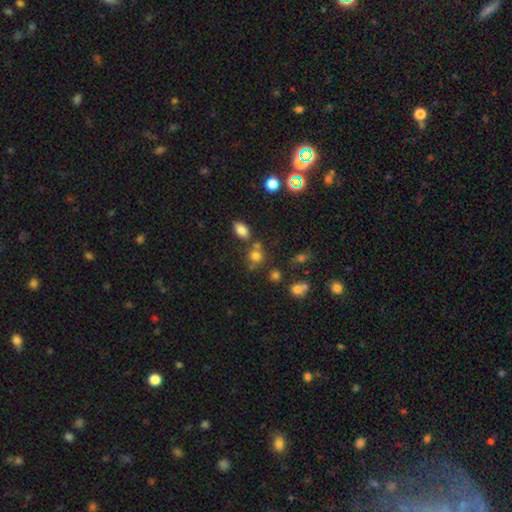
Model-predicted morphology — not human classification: The model was most divided on "merging": none: 59%, merger: 23%, minor disturbance: 13%, major disturbance: 5%. More confident: smooth or featured — smooth (74%); how rounded — round (70%).